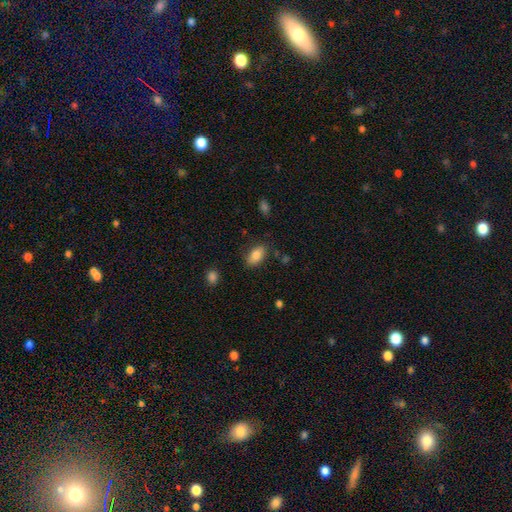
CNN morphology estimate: The model was most divided on "merging": none: 78%, minor disturbance: 16%, major disturbance: 4%, merger: 2%. More confident: how rounded — in between (91%); smooth or featured — smooth (83%).